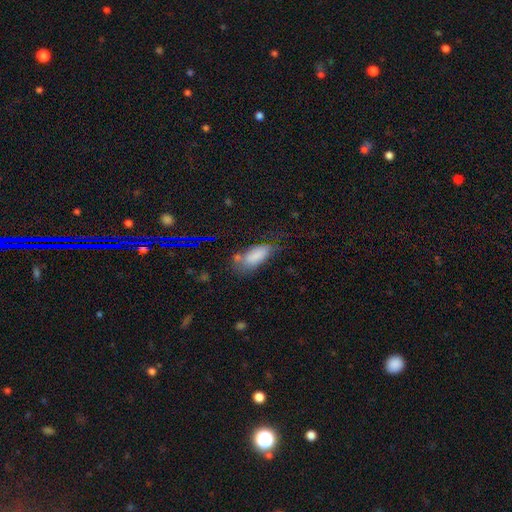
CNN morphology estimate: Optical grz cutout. It shows a smooth galaxy with no disk features (78%) that is in between round and cigar-shaped (87%). Merging: none (46%).